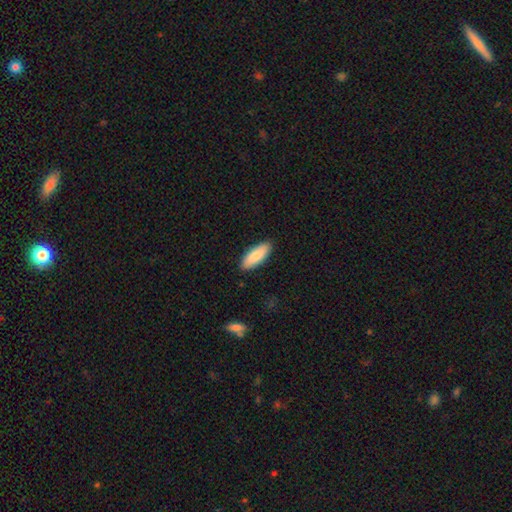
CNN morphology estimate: A smooth galaxy with no disk features (85%) that is in between round and cigar-shaped (73%).

Vote fractions:
- Smooth or featured? smooth: 85% / featured or disk: 10% / star or artifact: 5%
- How rounded? in between: 73% / cigar-shaped: 26% / round: 2%
- Merging? none: 90% / minor disturbance: 8% / major disturbance: 2% / merger: 1%